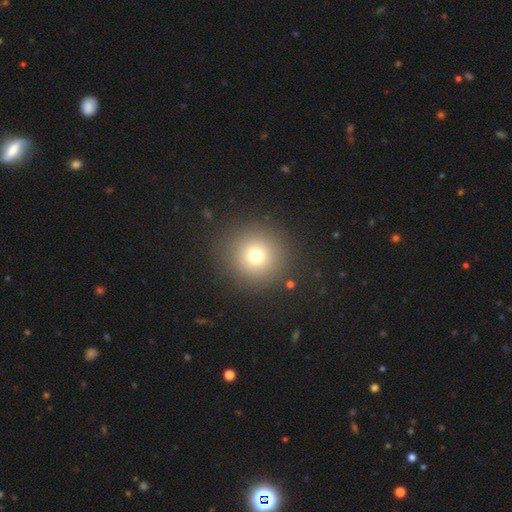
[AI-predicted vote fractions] smooth-or-featured: smooth: 73% | star or artifact: 16% | featured or disk: 11%
  how-rounded: round: 95% | in between: 4% | cigar-shaped: 1%
  merging: none: 89% | minor disturbance: 6% | major disturbance: 3% | merger: 2%